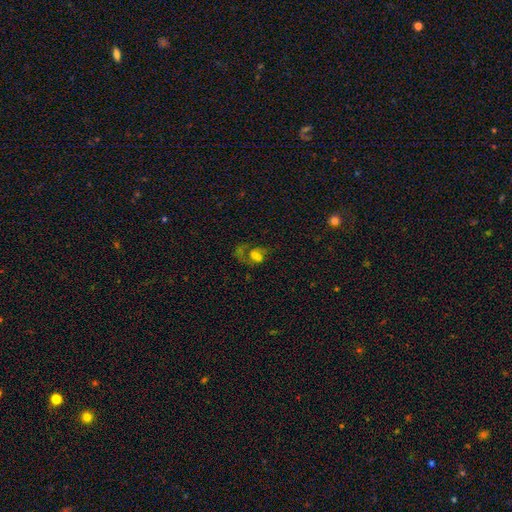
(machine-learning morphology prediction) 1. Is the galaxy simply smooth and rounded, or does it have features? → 42% featured or disk, 35% smooth, 23% star or artifact.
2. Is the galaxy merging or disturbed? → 29% none (tied), 29% major disturbance (tied), 28% merger, 14% minor disturbance.